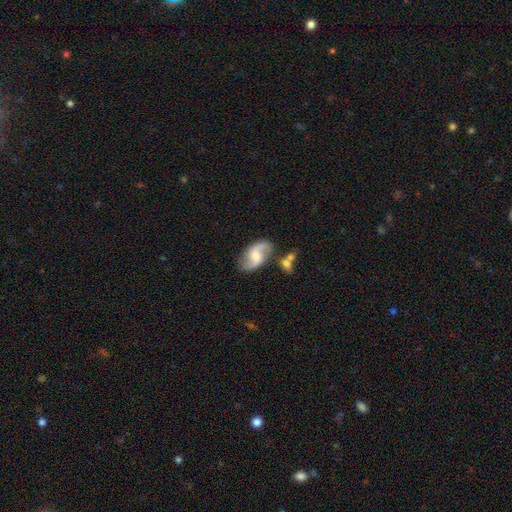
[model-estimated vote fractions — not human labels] A featured or disk galaxy (80%) with a weak bar (46%), 2 (93%) loose (61%) spiral arms (95%) and a moderate central bulge (49%).

Vote fractions:
- Smooth or featured? featured or disk: 80% / smooth: 15% / star or artifact: 6%
- Edge-on disk? no: 97% / yes: 3%
- Bar? weak: 46% / no: 41% / strong: 12%
- Spiral arms? yes: 95% / no: 5%
- Spiral winding? loose: 61% / medium: 31% / tight: 8%
- Spiral arm count? 2: 93% / can't tell: 3% / 1: 2% / 3: 1% / 4: 1% / more than 4: 1%
- Bulge size? moderate: 49% / small: 32% / none: 9% / large: 8% / dominant: 2%
- Merging? none: 73% / minor disturbance: 14% / merger: 8% / major disturbance: 5%